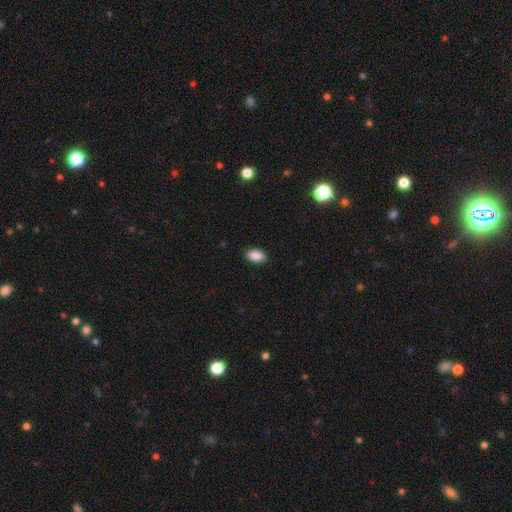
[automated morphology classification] smooth-or-featured: smooth: 89% | star or artifact: 7% | featured or disk: 3%
  how-rounded: in between: 93% | round: 6% | cigar-shaped: 2%
  merging: none: 89% | minor disturbance: 9% | major disturbance: 2% | merger: 1%